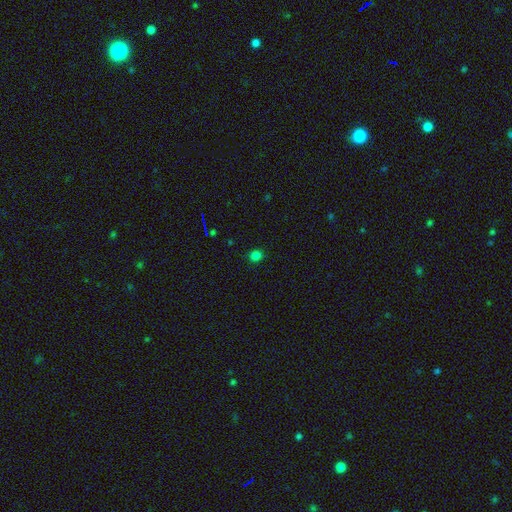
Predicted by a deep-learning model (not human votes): A smooth galaxy with no disk features (79%) that is round (77%).

Vote fractions:
- Smooth or featured? smooth: 79% / star or artifact: 18% / featured or disk: 4%
- How rounded? round: 77% / in between: 22% / cigar-shaped: 1%
- Merging? none: 89% / minor disturbance: 7% / major disturbance: 2% / merger: 1%